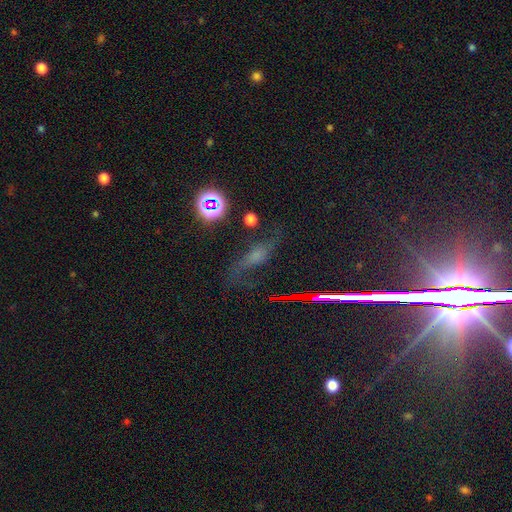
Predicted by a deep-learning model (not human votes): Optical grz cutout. It shows a featured or disk galaxy (55%). Merging: none (59%).